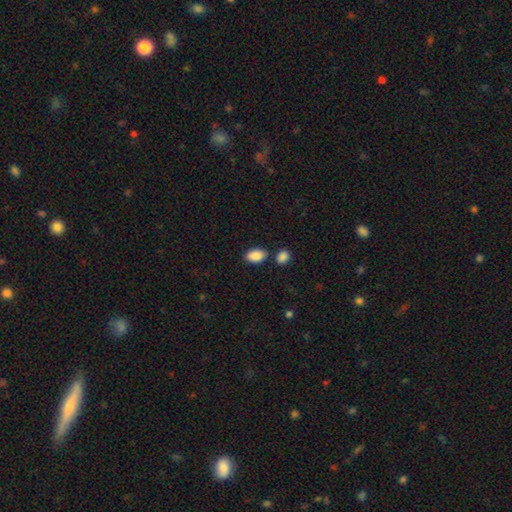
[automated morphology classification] Smooth or featured?
  - smooth: 89% *
  - star or artifact: 7%
  - featured or disk: 4%
How rounded?
  - in between: 90% *
  - round: 8%
  - cigar-shaped: 1%
Merging?
  - none: 74% *
  - minor disturbance: 12%
  - merger: 11%
  - major disturbance: 3%